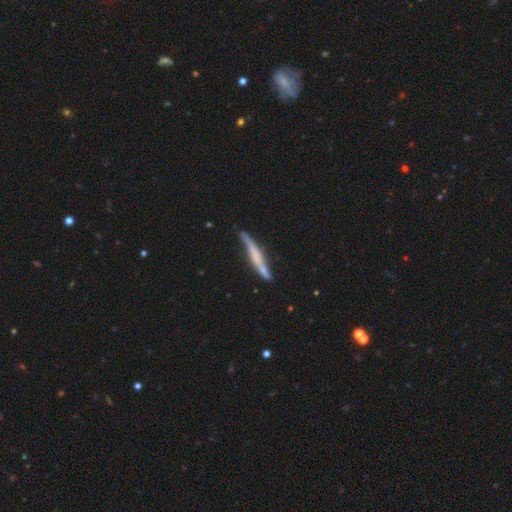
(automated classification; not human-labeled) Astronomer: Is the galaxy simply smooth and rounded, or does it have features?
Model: featured or disk — 55% (runner-up: smooth, 39%).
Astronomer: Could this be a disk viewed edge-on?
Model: yes — 88%.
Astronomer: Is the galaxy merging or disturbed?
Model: none — 65%.